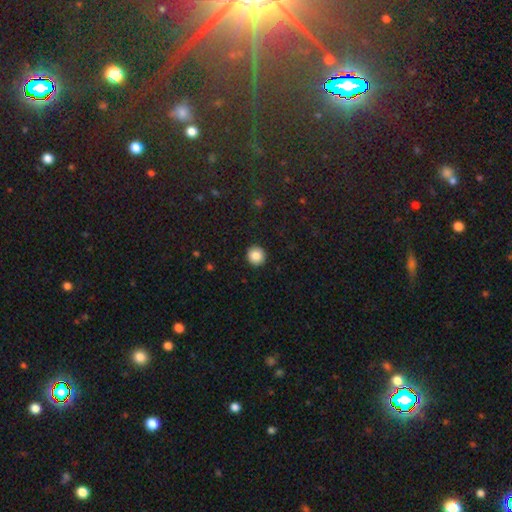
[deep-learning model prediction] The model was most divided on "smooth or featured": smooth: 86%, star or artifact: 9%, featured or disk: 6%. More confident: how rounded — round (94%); merging — none (93%).